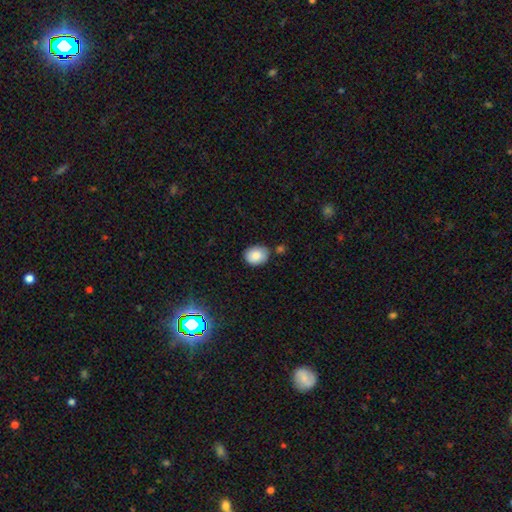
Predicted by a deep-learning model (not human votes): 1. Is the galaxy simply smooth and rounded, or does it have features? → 84% smooth, 9% star or artifact, 7% featured or disk.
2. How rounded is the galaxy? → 51% in between, 48% round, 1% cigar-shaped.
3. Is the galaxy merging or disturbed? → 73% none, 18% minor disturbance, 6% merger, 3% major disturbance.